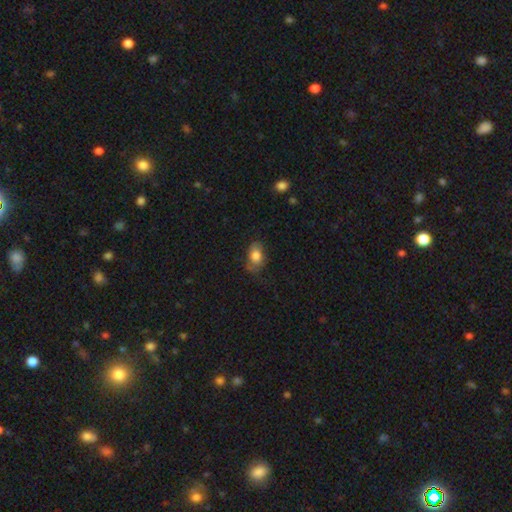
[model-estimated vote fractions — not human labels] Smooth or featured? smooth (77%)
How rounded? in between (84%)
Merging? none (60%)